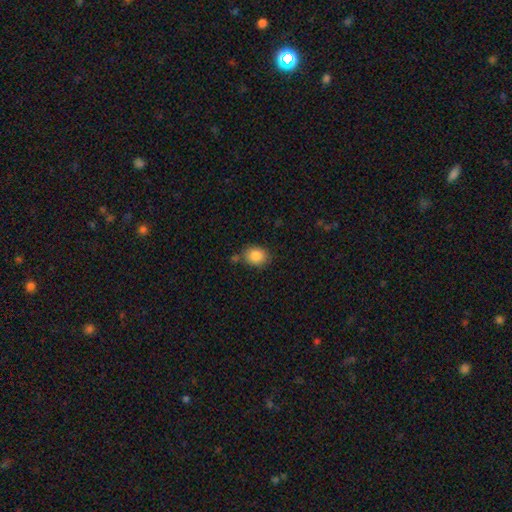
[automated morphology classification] Smooth or featured?
  - smooth: 86% *
  - star or artifact: 8%
  - featured or disk: 6%
How rounded?
  - round: 51% *
  - in between: 48%
  - cigar-shaped: 1%
Merging?
  - none: 74% *
  - minor disturbance: 15%
  - merger: 7%
  - major disturbance: 4%